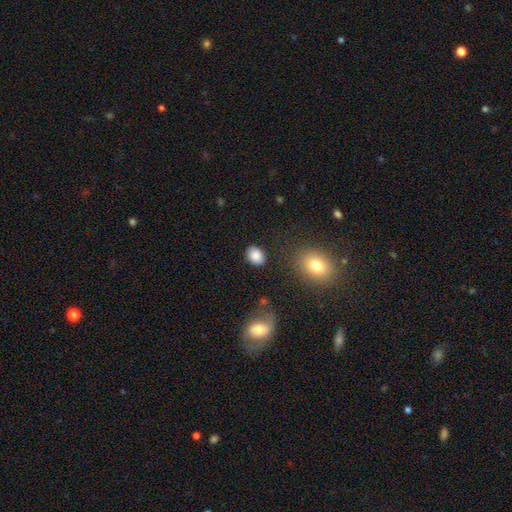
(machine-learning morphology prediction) smooth_or_featured: smooth (p=0.86) [alt: star or artifact p=0.08]
how_rounded: in between (p=0.64) [alt: round p=0.35]
merging: none (p=0.85) [alt: minor disturbance p=0.10]